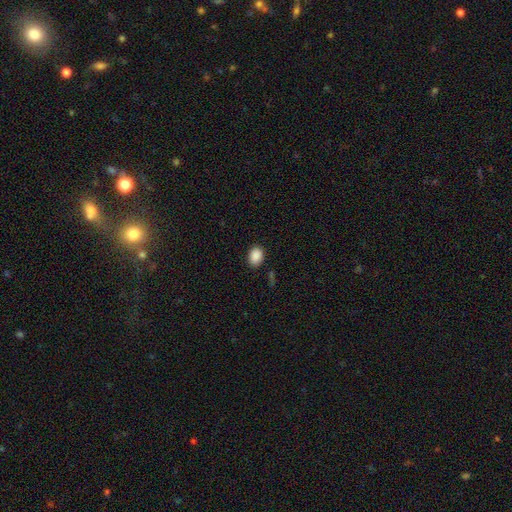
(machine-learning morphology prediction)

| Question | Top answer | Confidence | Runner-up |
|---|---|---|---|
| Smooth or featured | smooth | 89% | star or artifact (8%) |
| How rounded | in between | 71% | round (28%) |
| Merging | none | 87% | minor disturbance (9%) |